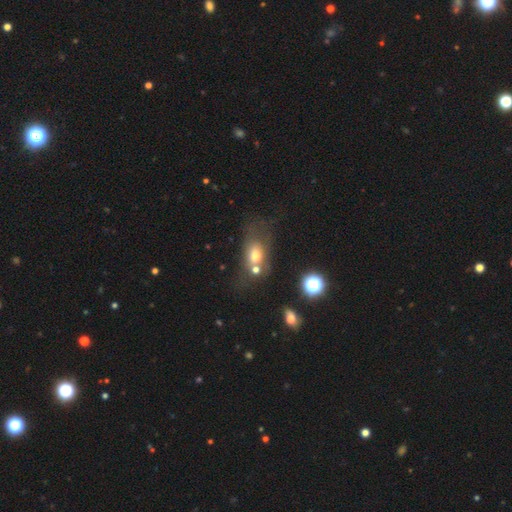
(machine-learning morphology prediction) Smooth or featured? Predicted: smooth (p=0.64). How rounded? Predicted: in between (p=0.71). Merging? Predicted: none (p=0.35).